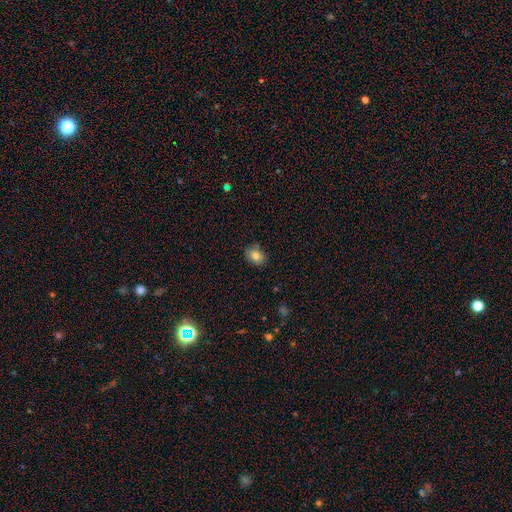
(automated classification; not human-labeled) smooth_or_featured: smooth (p=0.79) [alt: featured or disk p=0.11]
how_rounded: in between (p=0.61) [alt: round p=0.37]
merging: none (p=0.81) [alt: minor disturbance p=0.15]